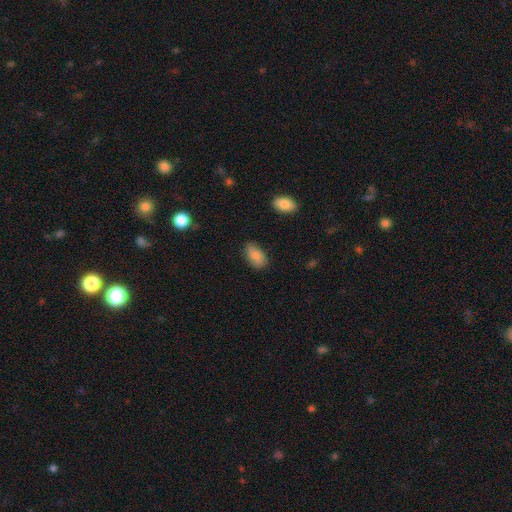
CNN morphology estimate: The model was most divided on "merging": none: 77%, minor disturbance: 18%, major disturbance: 3%, merger: 2%. More confident: how rounded — in between (93%); smooth or featured — smooth (85%).